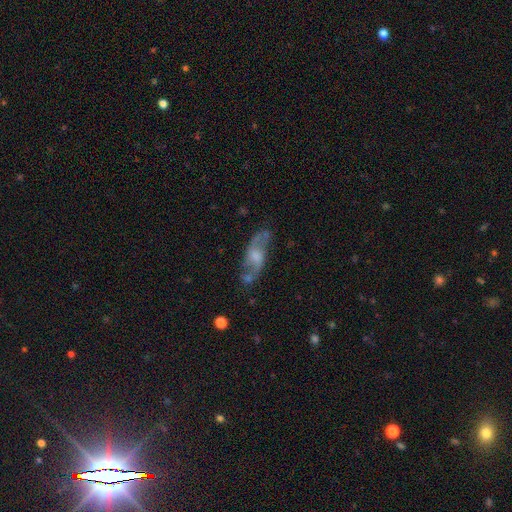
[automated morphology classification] smooth_or_featured: featured or disk (p=0.72) [alt: smooth p=0.21]
disk_edge_on: no (p=0.85) [alt: yes p=0.15]
bar: no (p=0.48) [alt: weak p=0.42]
has_spiral_arms: yes (p=0.85) [alt: no p=0.15]
spiral_winding: loose (p=0.62) [alt: medium p=0.31]
spiral_arm_count: 2 (p=0.87) [alt: can't tell p=0.07]
bulge_size: moderate (p=0.39) [alt: small p=0.27]
merging: none (p=0.65) [alt: minor disturbance p=0.19]